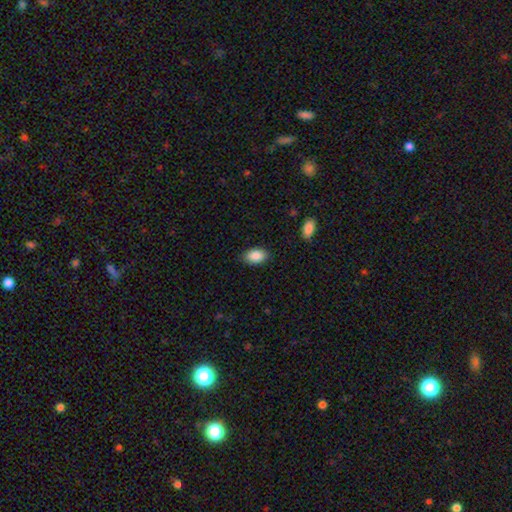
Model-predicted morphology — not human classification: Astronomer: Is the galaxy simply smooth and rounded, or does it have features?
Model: smooth — 88%.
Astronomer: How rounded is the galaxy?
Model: in between — 90%.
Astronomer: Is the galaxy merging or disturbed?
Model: none — 86%.